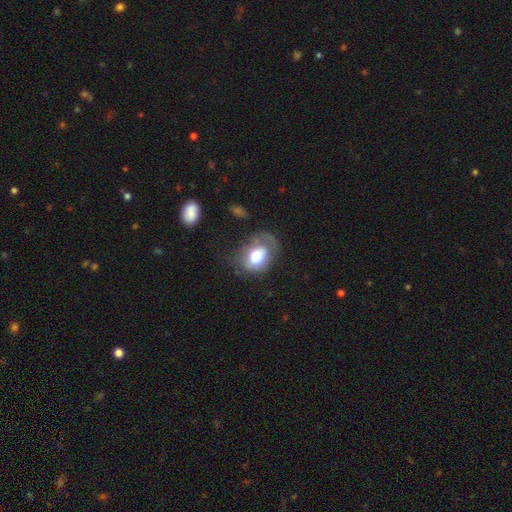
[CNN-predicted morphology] smooth_or_featured: smooth (p=0.66) [alt: featured or disk p=0.26]
how_rounded: in between (p=0.66) [alt: round p=0.33]
merging: none (p=0.39) [alt: major disturbance p=0.29]